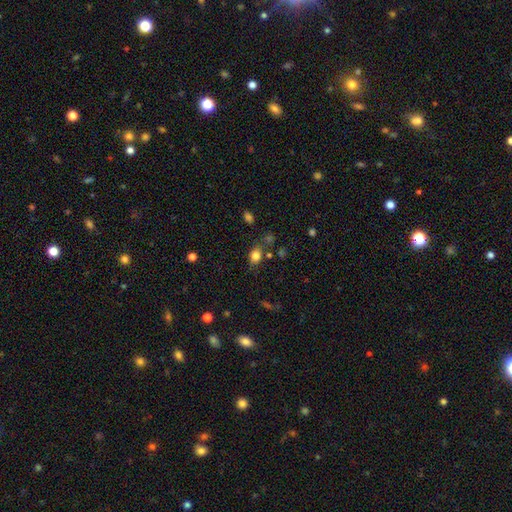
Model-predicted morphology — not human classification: A smooth galaxy with no disk features (80%) that is in between round and cigar-shaped (55%).

Vote fractions:
- Smooth or featured? smooth: 80% / star or artifact: 12% / featured or disk: 8%
- How rounded? in between: 55% / round: 43% / cigar-shaped: 2%
- Merging? none: 68% / minor disturbance: 18% / merger: 7% / major disturbance: 6%